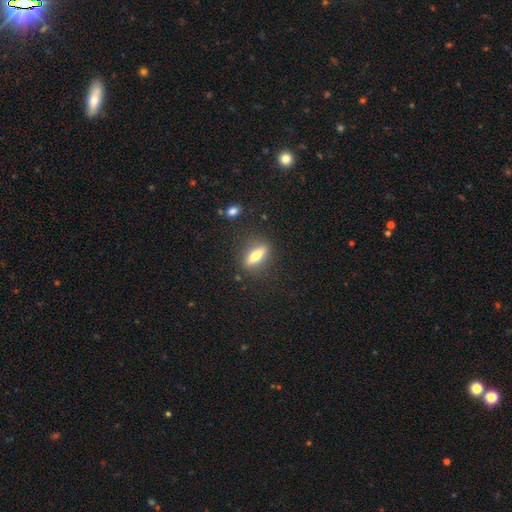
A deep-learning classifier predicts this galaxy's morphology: smooth_or_featured: smooth (p=0.54) [alt: featured or disk p=0.38]
how_rounded: cigar-shaped (p=0.49) [alt: in between p=0.46]
merging: none (p=0.84) [alt: minor disturbance p=0.10]